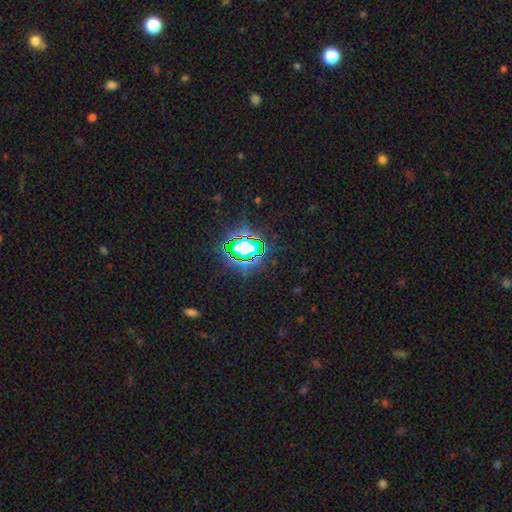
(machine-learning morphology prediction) Smooth or featured? Predicted: star or artifact (p=0.80).